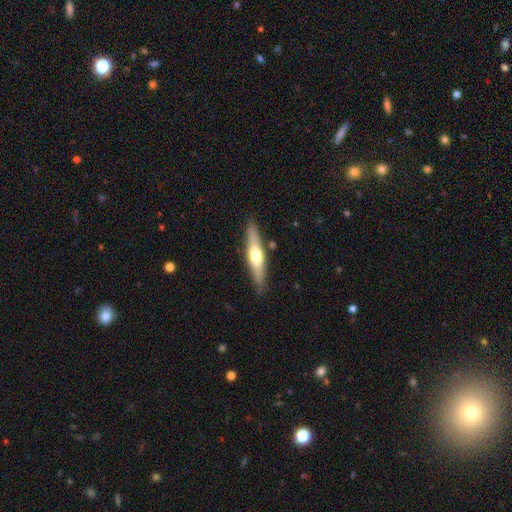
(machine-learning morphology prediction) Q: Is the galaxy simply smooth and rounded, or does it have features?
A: featured or disk — 52%.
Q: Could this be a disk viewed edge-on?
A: yes — 91%.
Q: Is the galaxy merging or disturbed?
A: none — 85%.